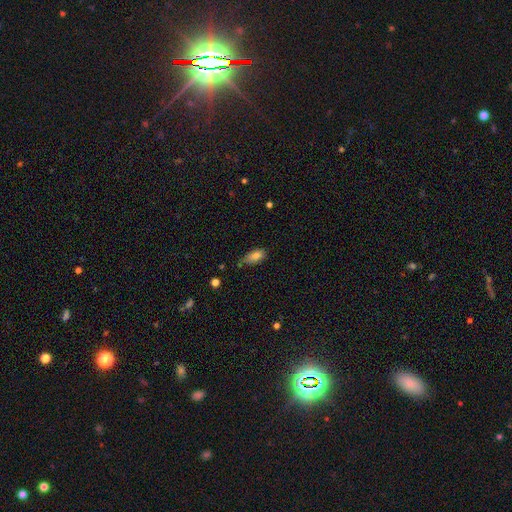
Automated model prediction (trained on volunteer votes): A smooth galaxy with no disk features (79%) that is in between round and cigar-shaped (86%). Merging: none (57%).